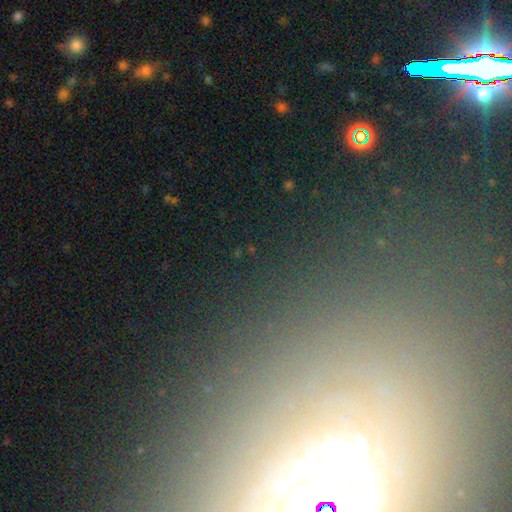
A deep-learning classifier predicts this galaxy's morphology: smooth_or_featured: star or artifact (p=0.49) [alt: featured or disk p=0.28]